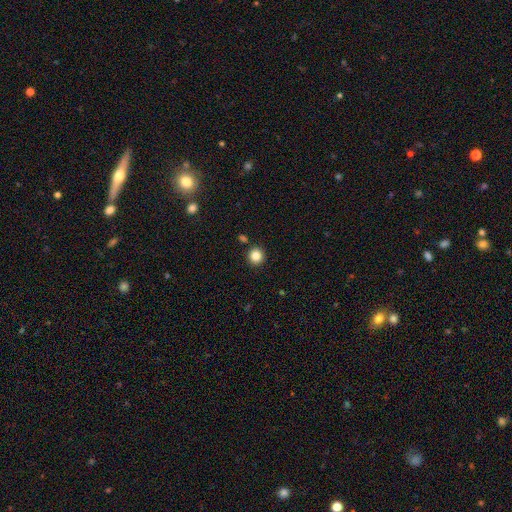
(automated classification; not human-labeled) smooth_or_featured: smooth (p=0.85) [alt: star or artifact p=0.11]
how_rounded: round (p=0.94) [alt: in between p=0.05]
merging: none (p=0.90) [alt: minor disturbance p=0.06]